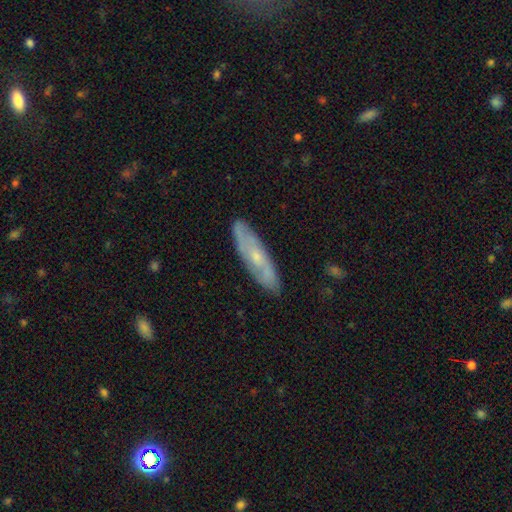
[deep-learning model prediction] Overall: featured or disk (57%; smooth 36%). Edge-on disk: no (62%; yes 38%). Merging: none (85%).